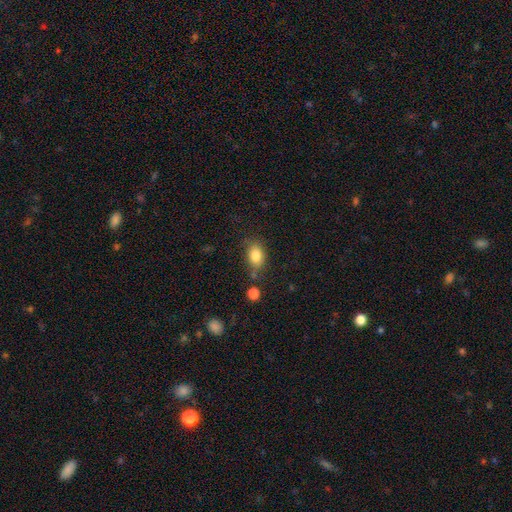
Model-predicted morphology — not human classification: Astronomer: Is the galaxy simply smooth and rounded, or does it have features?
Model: smooth — 83%.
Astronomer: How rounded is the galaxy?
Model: in between — 78%.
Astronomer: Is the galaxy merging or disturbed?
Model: none — 71%.